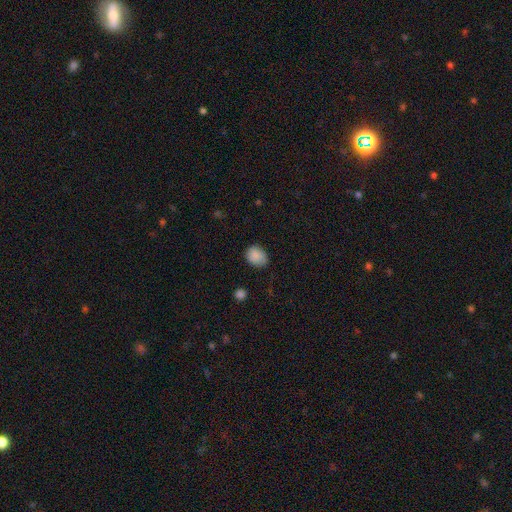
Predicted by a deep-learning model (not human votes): Q: Smooth or featured?
A: smooth (87%); runner-up: star or artifact (8%)
Q: How rounded?
A: in between (53%); runner-up: round (46%)
Q: Merging?
A: none (73%); runner-up: minor disturbance (22%)